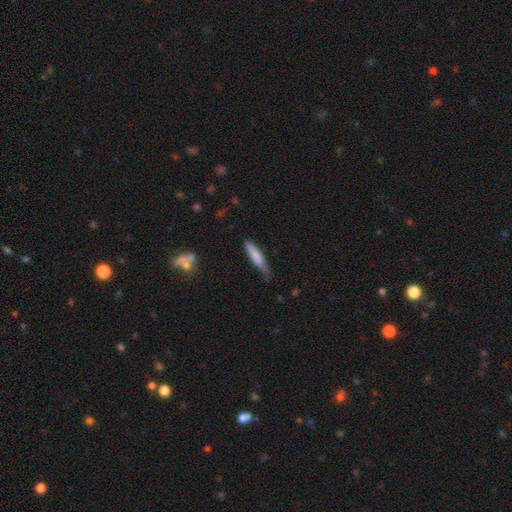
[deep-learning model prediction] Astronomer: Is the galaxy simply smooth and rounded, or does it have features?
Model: smooth — 79%.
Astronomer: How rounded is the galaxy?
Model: cigar-shaped — 84%.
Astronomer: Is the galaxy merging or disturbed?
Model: none — 58% (runner-up: minor disturbance, 34%).